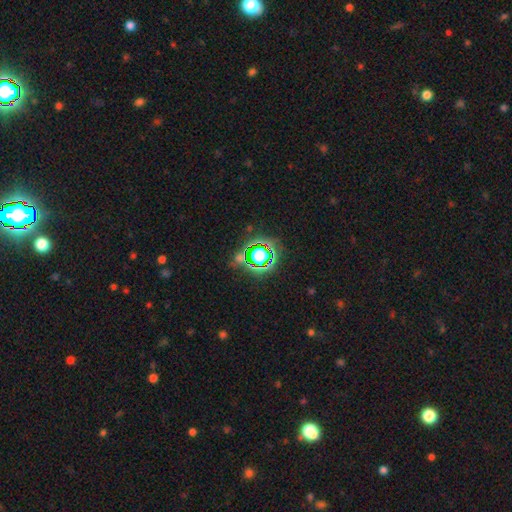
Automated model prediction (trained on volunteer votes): Smooth or featured: star or artifact — 79% (smooth — 13%)